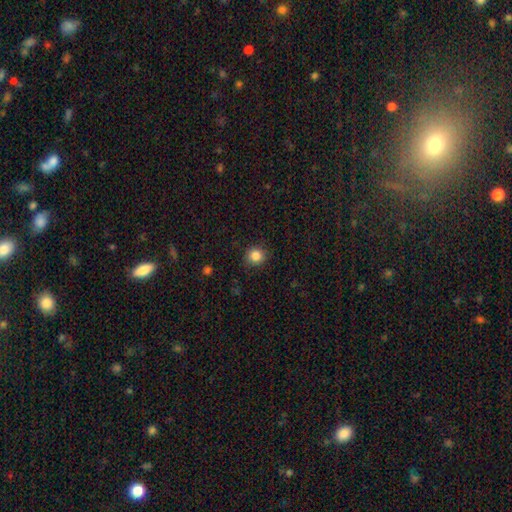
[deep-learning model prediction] Overall: smooth (84%). How rounded: round (87%). Merging: none (88%).